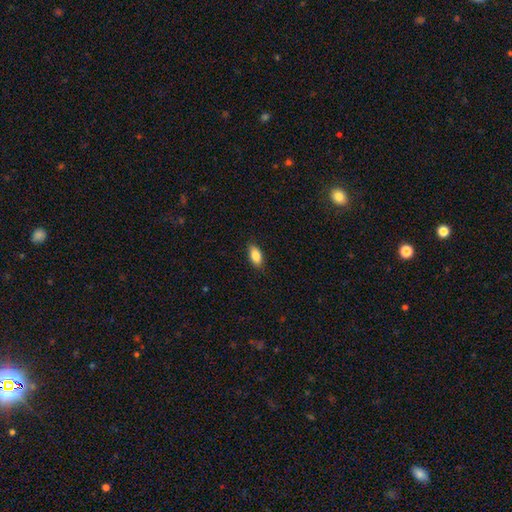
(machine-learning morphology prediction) A smooth galaxy with no disk features (85%) that is in between round and cigar-shaped (89%).

Vote fractions:
- Smooth or featured? smooth: 85% / featured or disk: 8% / star or artifact: 7%
- How rounded? in between: 89% / cigar-shaped: 7% / round: 4%
- Merging? none: 87% / minor disturbance: 10% / major disturbance: 2% / merger: 1%